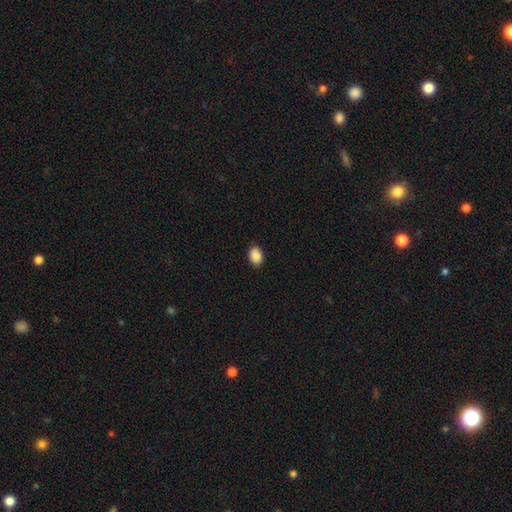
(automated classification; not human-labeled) This appears to be a smooth galaxy with no disk features (90%) that is in between round and cigar-shaped (81%). Merging: none (88%).